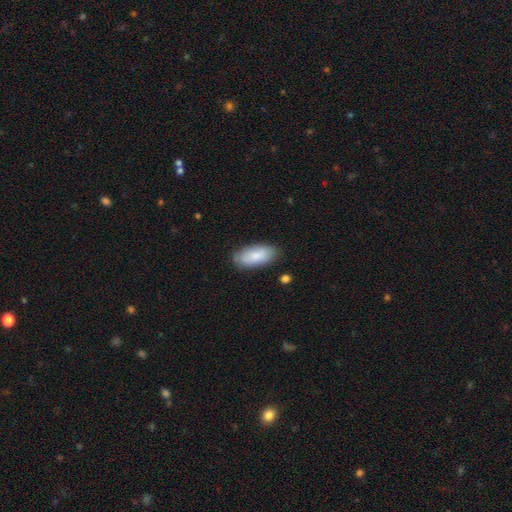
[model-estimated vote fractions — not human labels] Morphology: type=smooth (79%); roundness=in between (91%); merging=none (77%).